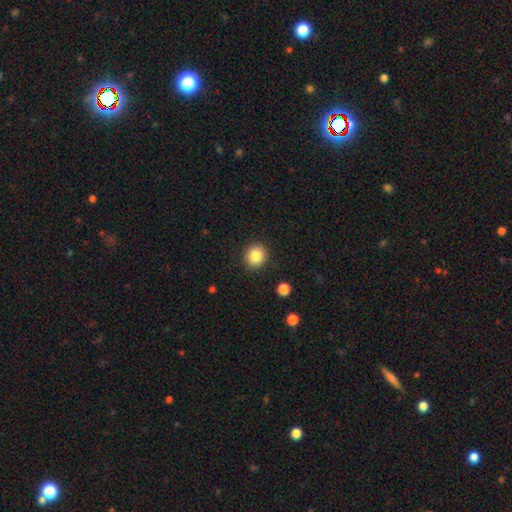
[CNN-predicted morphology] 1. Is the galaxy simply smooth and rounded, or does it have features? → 85% smooth, 10% star or artifact, 6% featured or disk.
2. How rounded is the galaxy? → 88% round, 11% in between, 1% cigar-shaped.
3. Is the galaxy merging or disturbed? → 91% none, 6% minor disturbance, 2% major disturbance, 1% merger.